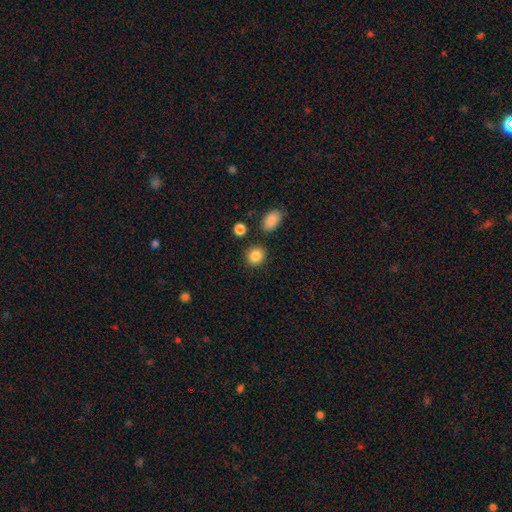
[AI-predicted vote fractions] smooth-or-featured: smooth: 87% | star or artifact: 9% | featured or disk: 4%
  how-rounded: round: 81% | in between: 18% | cigar-shaped: 1%
  merging: none: 85% | minor disturbance: 8% | merger: 5% | major disturbance: 2%